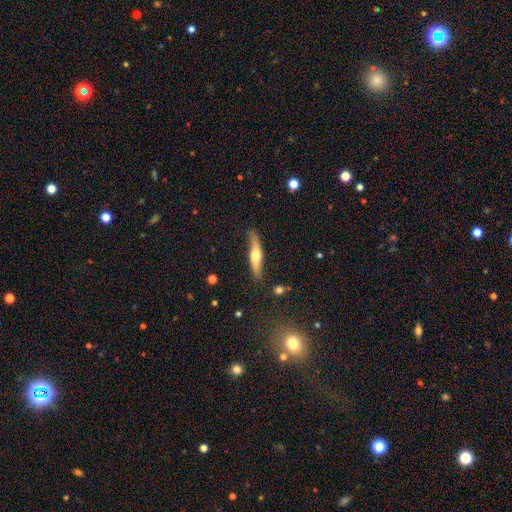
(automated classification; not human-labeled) The model was most divided on "smooth or featured": featured or disk: 54%, smooth: 40%, star or artifact: 5%. More confident: edge-on disk — yes (85%); merging — none (77%).